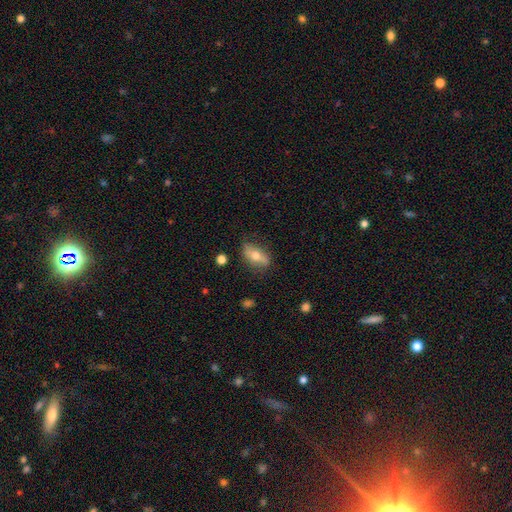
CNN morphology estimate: Q: Smooth or featured?
A: smooth (50%); runner-up: featured or disk (42%)
Q: How rounded?
A: in between (76%); runner-up: cigar-shaped (17%)
Q: Merging?
A: none (78%); runner-up: minor disturbance (16%)